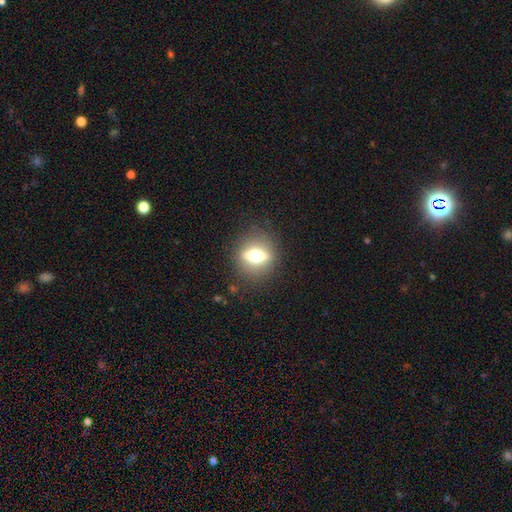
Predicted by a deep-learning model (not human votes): featured or disk 57%, smooth 33%, star or artifact 10%. Down the decision tree: edge-on disk — yes (66%); merging — none (86%).